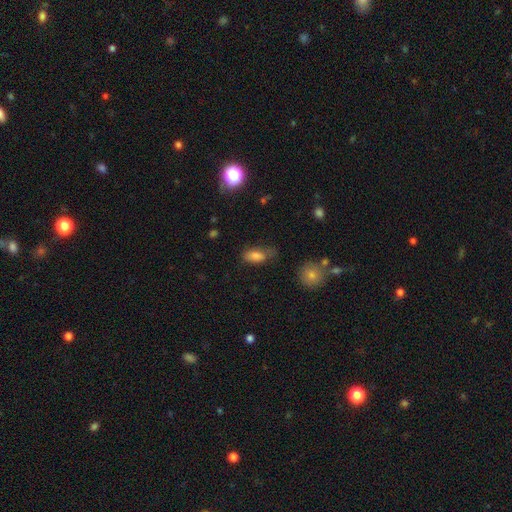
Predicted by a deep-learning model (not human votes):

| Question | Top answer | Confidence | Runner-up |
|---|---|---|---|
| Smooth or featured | smooth | 82% | star or artifact (9%) |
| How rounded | in between | 89% | cigar-shaped (6%) |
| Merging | none | 57% | minor disturbance (29%) |